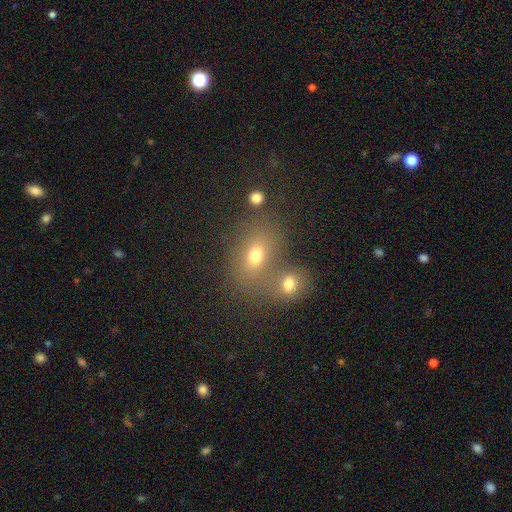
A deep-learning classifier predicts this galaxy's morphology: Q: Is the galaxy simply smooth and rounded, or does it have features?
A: smooth — 66%.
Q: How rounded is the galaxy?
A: in between — 57%.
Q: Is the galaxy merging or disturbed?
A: merger — 48%.